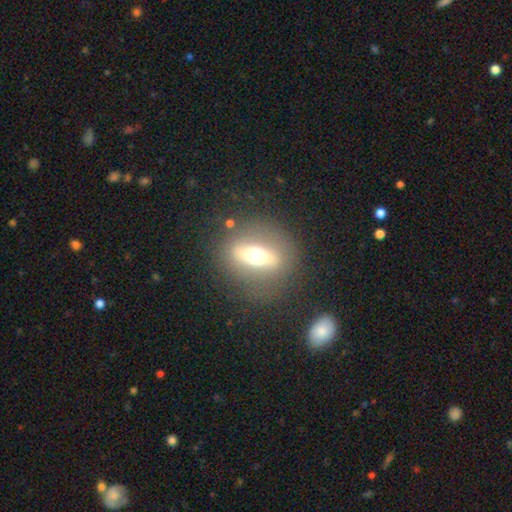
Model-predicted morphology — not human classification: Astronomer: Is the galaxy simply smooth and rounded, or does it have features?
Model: featured or disk — 47% (runner-up: smooth, 41%).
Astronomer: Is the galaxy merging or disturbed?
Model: none — 79%.